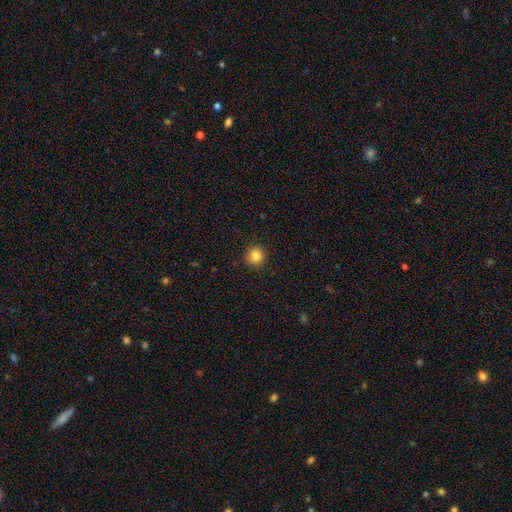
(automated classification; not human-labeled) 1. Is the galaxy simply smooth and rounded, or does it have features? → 84% smooth, 11% star or artifact, 5% featured or disk.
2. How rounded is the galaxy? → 94% round, 5% in between, 1% cigar-shaped.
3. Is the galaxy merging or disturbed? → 92% none, 5% minor disturbance, 2% major disturbance, 1% merger.